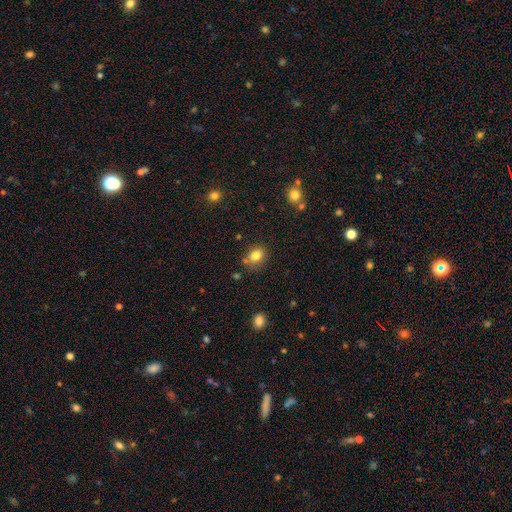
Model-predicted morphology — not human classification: type=smooth (81%); roundness=round (55%); merging=none (71%).